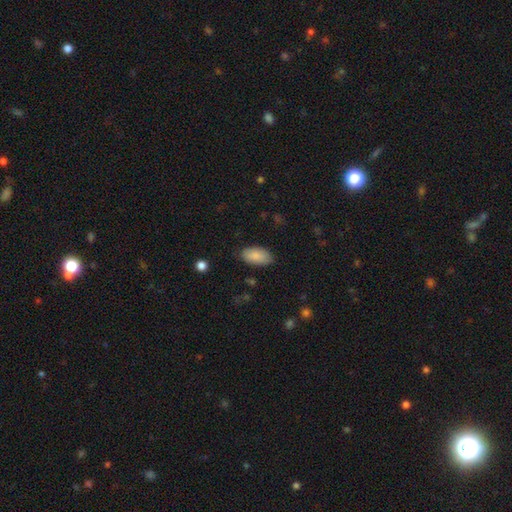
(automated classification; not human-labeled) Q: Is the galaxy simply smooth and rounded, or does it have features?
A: smooth — 88%.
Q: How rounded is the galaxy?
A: in between — 95%.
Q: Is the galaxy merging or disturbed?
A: none — 82%.